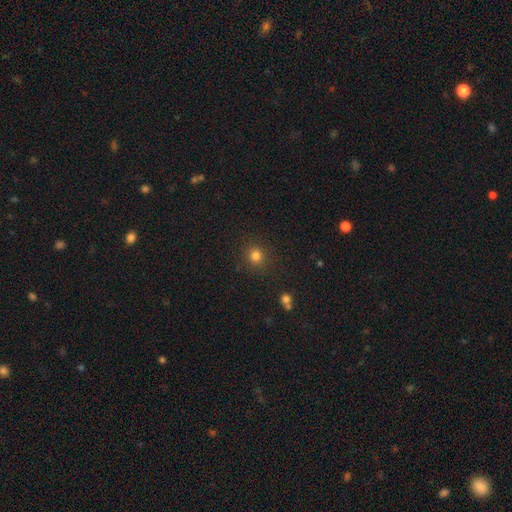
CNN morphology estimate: smooth_or_featured: smooth (p=0.81) [alt: star or artifact p=0.14]
how_rounded: round (p=0.89) [alt: in between p=0.10]
merging: none (p=0.88) [alt: minor disturbance p=0.07]